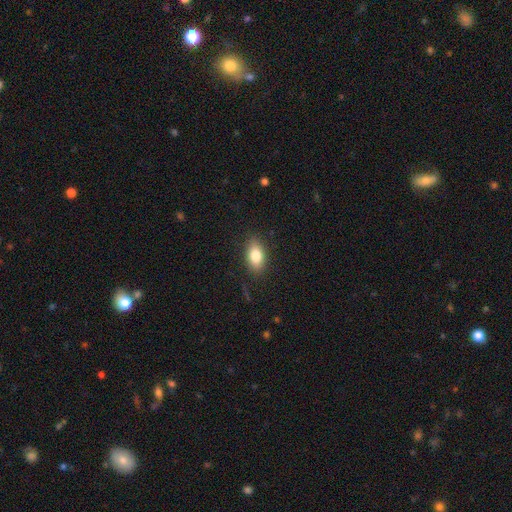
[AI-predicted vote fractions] A smooth galaxy with no disk features (82%) that is in between round and cigar-shaped (88%).

Vote fractions:
- Smooth or featured? smooth: 82% / featured or disk: 11% / star or artifact: 8%
- How rounded? in between: 88% / round: 7% / cigar-shaped: 5%
- Merging? none: 85% / minor disturbance: 11% / major disturbance: 3% / merger: 1%